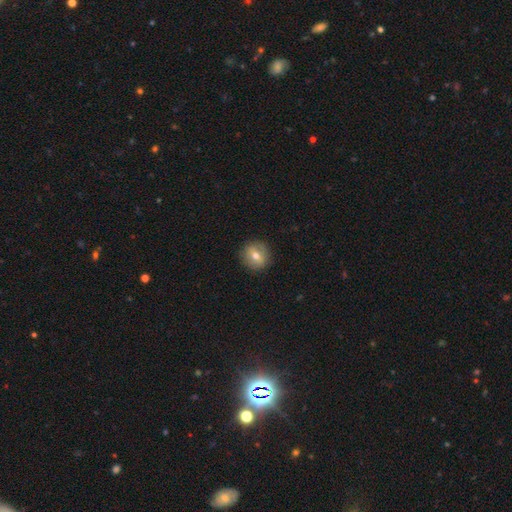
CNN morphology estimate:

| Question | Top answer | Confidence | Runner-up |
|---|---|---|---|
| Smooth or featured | smooth | 63% | featured or disk (28%) |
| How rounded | round | 92% | in between (7%) |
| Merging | none | 89% | minor disturbance (8%) |